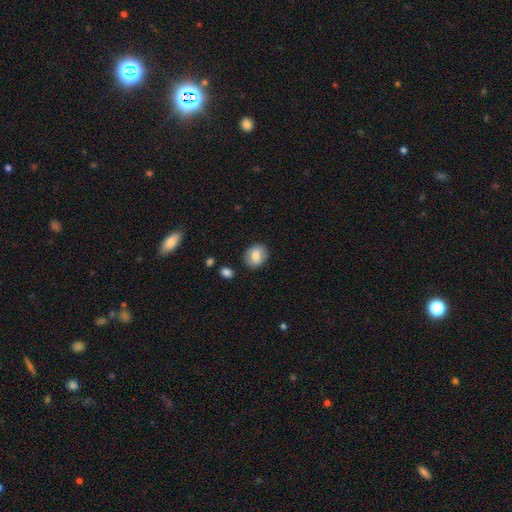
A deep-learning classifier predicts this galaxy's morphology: A smooth galaxy with no disk features (76%) that is round (58%).

Vote fractions:
- Smooth or featured? smooth: 76% / featured or disk: 16% / star or artifact: 8%
- How rounded? round: 58% / in between: 41% / cigar-shaped: 1%
- Merging? none: 84% / minor disturbance: 11% / major disturbance: 3% / merger: 2%